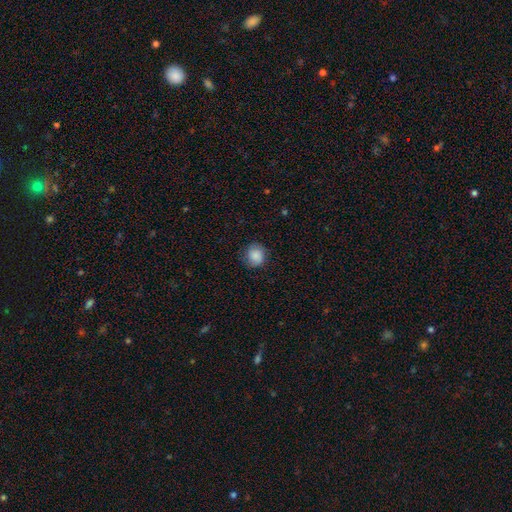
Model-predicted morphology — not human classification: Overall: smooth (85%). How rounded: round (79%). Merging: none (80%).